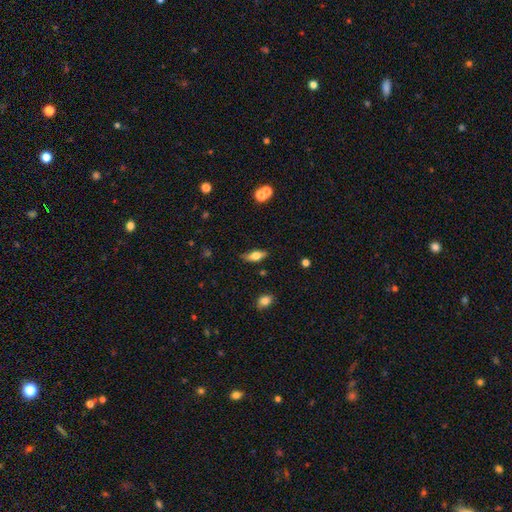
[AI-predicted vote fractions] A smooth galaxy with no disk features (65%) that is in between round and cigar-shaped (72%).

Vote fractions:
- Smooth or featured? smooth: 65% / featured or disk: 27% / star or artifact: 8%
- How rounded? in between: 72% / cigar-shaped: 24% / round: 3%
- Merging? none: 79% / minor disturbance: 16% / major disturbance: 4% / merger: 2%